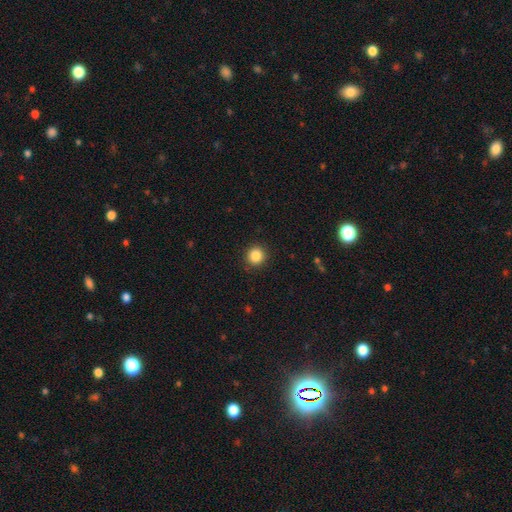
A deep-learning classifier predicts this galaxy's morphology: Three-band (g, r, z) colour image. It shows a smooth galaxy with no disk features (86%) that is round (93%). Merging: none (91%).